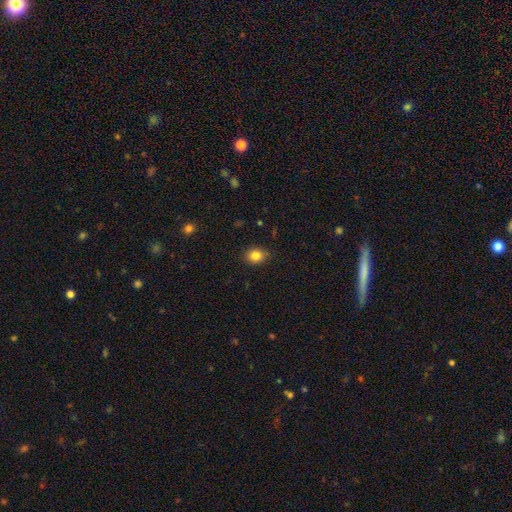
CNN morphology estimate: A smooth galaxy with no disk features (84%) that is round (54%). Merging: none (85%).